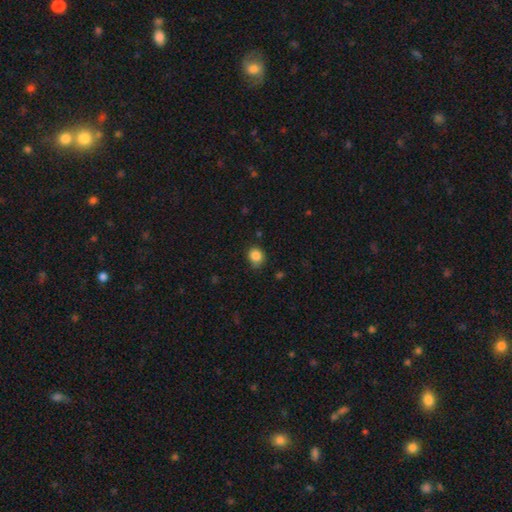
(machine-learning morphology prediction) Smooth or featured? Predicted: smooth (p=0.85). How rounded? Predicted: round (p=0.77). Merging? Predicted: none (p=0.74).